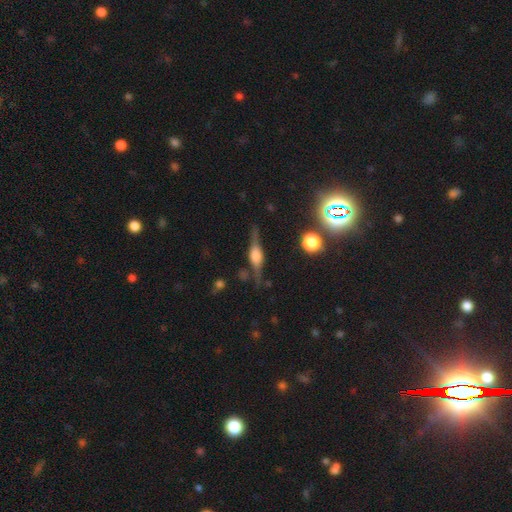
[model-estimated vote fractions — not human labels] This appears to be a featured or disk galaxy (79%) viewed edge-on (96%) with a rounded central bulge (79%). Merging: none (81%).